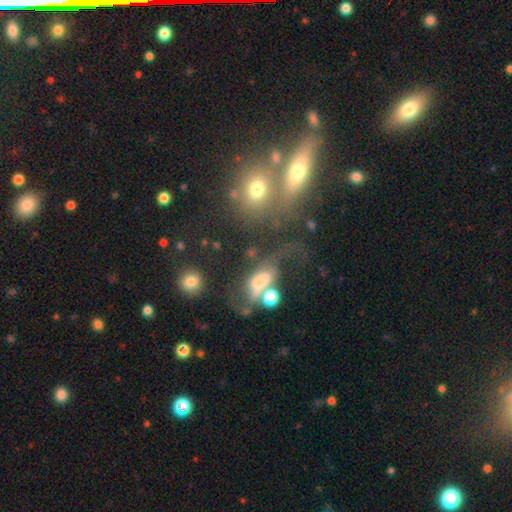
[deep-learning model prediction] Morphology: type=featured or disk (39%); merging=none (35%).